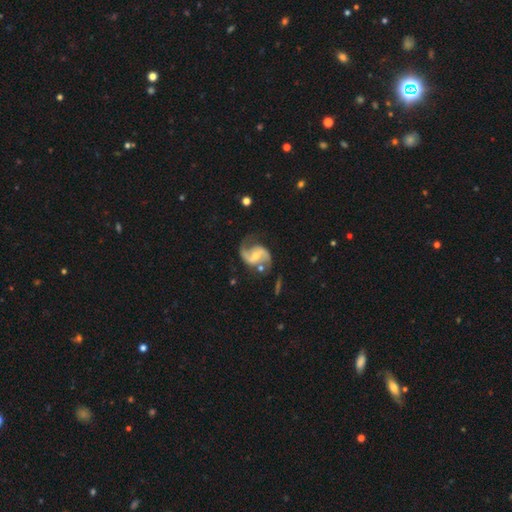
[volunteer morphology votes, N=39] Smooth or featured? 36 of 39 (92%) said featured or disk. Edge-on disk? 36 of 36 (100%) said no. Bar? 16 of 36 (44%) said weak. Spiral arms? 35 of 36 (97%) said yes. Spiral winding? 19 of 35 (54%) said loose. Spiral arm count? 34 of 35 (97%) said 2. Bulge size? 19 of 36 (53%) said moderate. Merging? 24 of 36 (67%) said none.